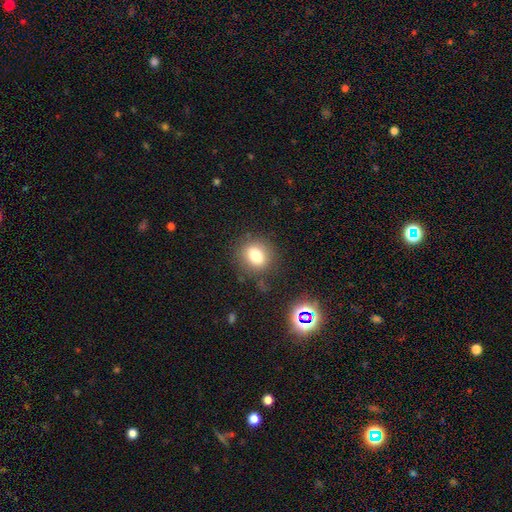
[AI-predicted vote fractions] Smooth or featured: smooth — 74% (star or artifact — 13%)
How rounded: round — 68% (in between — 31%)
Merging: none — 81% (minor disturbance — 12%)